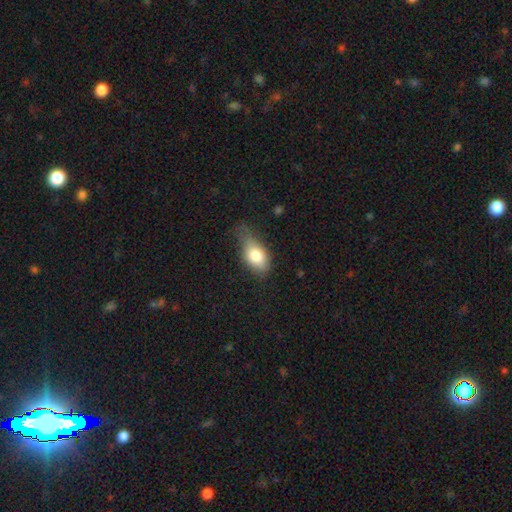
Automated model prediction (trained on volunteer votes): Smooth or featured? smooth (77%)
How rounded? in between (87%)
Merging? none (41%, tied with minor disturbance)